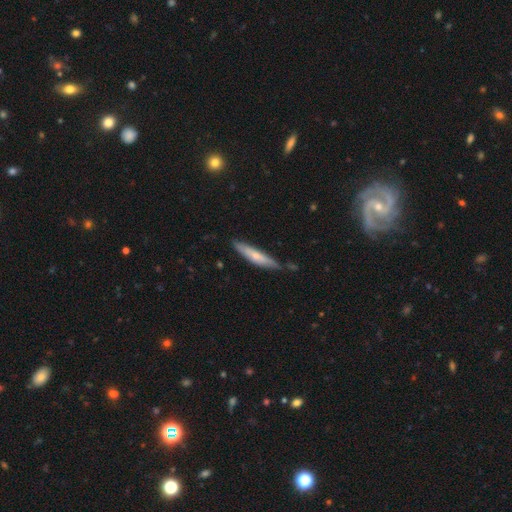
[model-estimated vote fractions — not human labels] Q: Smooth or featured?
A: smooth (59%); runner-up: featured or disk (35%)
Q: How rounded?
A: cigar-shaped (87%); runner-up: in between (11%)
Q: Merging?
A: none (72%); runner-up: minor disturbance (21%)